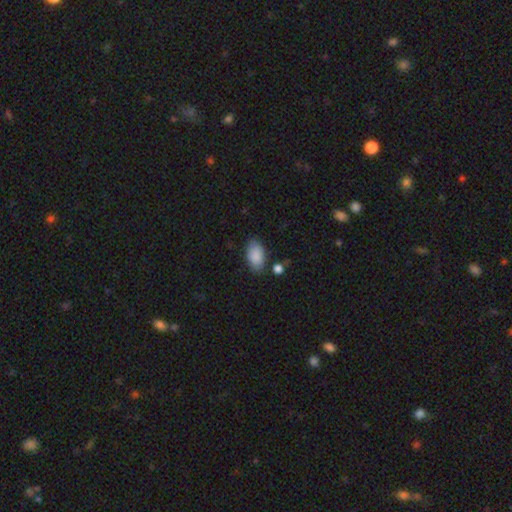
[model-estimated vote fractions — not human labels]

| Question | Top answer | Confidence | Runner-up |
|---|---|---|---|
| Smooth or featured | smooth | 88% | star or artifact (6%) |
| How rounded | in between | 94% | round (5%) |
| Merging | none | 77% | minor disturbance (15%) |